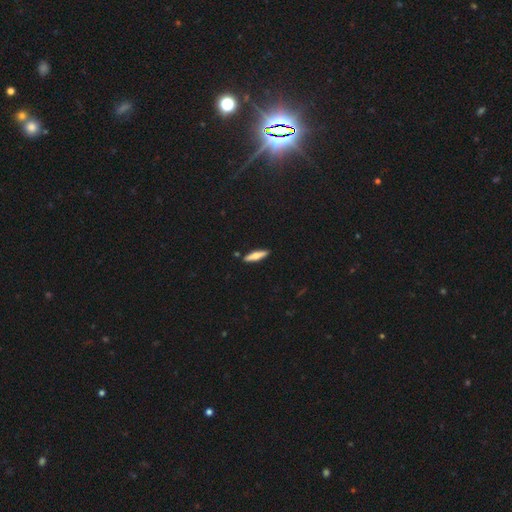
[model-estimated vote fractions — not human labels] A smooth galaxy with no disk features (58%) that is cigar-shaped (76%). Merging: none (89%).